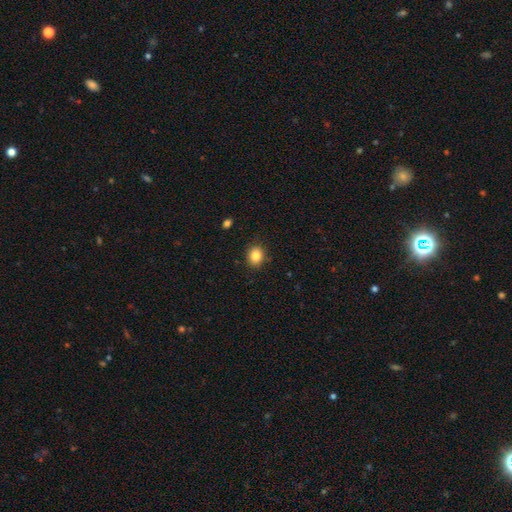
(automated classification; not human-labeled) A smooth galaxy with no disk features (85%) that is round (69%).

Vote fractions:
- Smooth or featured? smooth: 85% / star or artifact: 10% / featured or disk: 5%
- How rounded? round: 69% / in between: 30% / cigar-shaped: 1%
- Merging? none: 88% / minor disturbance: 8% / major disturbance: 2% / merger: 1%